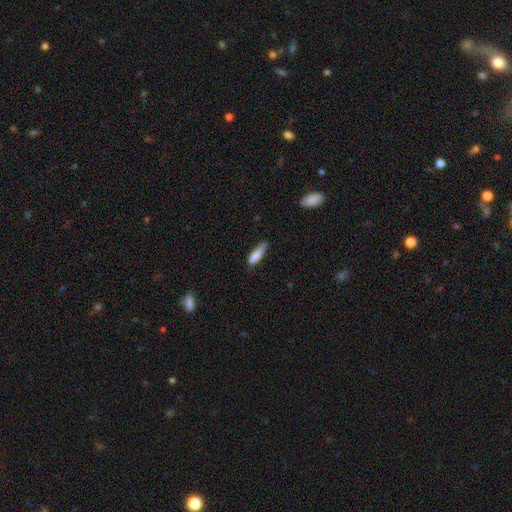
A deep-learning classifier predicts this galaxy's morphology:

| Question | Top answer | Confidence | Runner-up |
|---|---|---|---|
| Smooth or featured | smooth | 83% | featured or disk (11%) |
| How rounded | cigar-shaped | 59% | in between (39%) |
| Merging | none | 59% | minor disturbance (33%) |